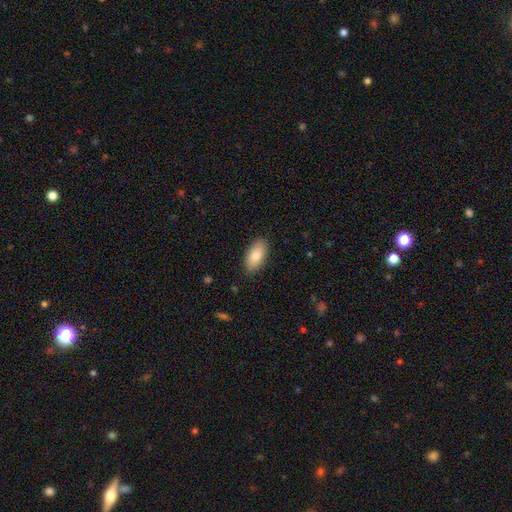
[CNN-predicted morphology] smooth 84%, featured or disk 10%, star or artifact 6%. Down the decision tree: how rounded — in between (93%); merging — none (87%).